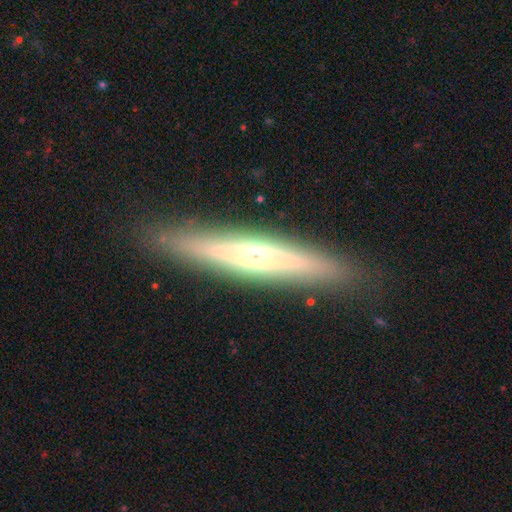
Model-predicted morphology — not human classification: Overall: featured or disk (65%; smooth 29%). Edge-on disk: yes (90%). Edge-on bulge: rounded (78%). Merging: none (89%).